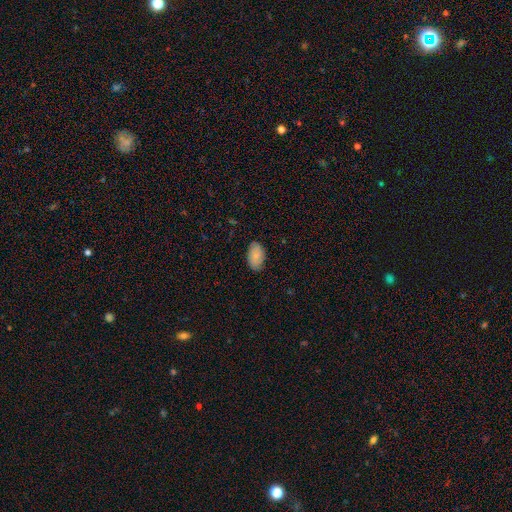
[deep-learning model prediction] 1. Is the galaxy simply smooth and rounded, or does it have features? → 79% smooth, 14% featured or disk, 7% star or artifact.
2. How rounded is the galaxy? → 93% in between, 5% round, 1% cigar-shaped.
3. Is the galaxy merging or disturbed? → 81% none, 15% minor disturbance, 3% major disturbance, 1% merger.